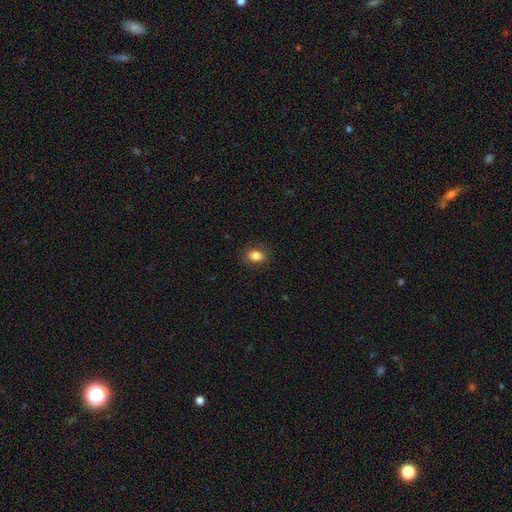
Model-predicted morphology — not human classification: Q: Smooth or featured?
A: smooth (84%); runner-up: star or artifact (9%)
Q: How rounded?
A: in between (64%); runner-up: round (35%)
Q: Merging?
A: none (86%); runner-up: minor disturbance (10%)